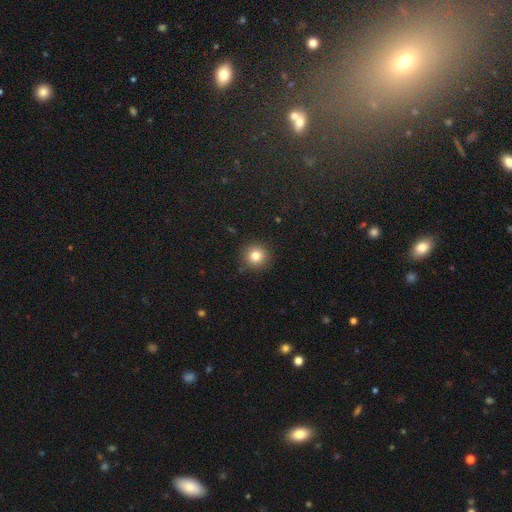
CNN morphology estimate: smooth_or_featured: smooth (p=0.81) [alt: star or artifact p=0.12]
how_rounded: round (p=0.94) [alt: in between p=0.05]
merging: none (p=0.90) [alt: minor disturbance p=0.07]